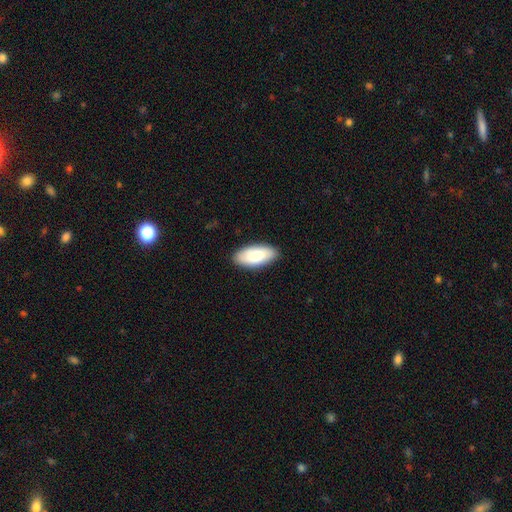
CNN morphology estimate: smooth-or-featured: smooth: 84% | featured or disk: 11% | star or artifact: 5%
  how-rounded: in between: 91% | cigar-shaped: 8% | round: 2%
  merging: none: 88% | minor disturbance: 9% | major disturbance: 2% | merger: 1%